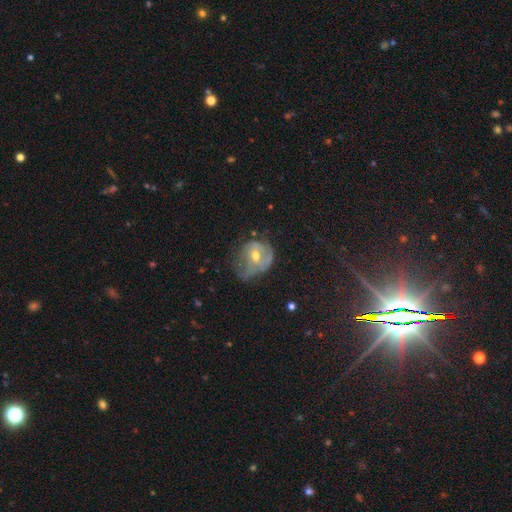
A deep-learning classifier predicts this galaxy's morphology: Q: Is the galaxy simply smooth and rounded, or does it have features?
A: featured or disk — 56%.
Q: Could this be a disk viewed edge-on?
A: no — 96%.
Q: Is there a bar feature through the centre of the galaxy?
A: no — 66%.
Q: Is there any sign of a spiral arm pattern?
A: yes — 56%.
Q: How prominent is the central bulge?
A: moderate — 66%.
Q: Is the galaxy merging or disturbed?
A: minor disturbance — 33%, tied with none.